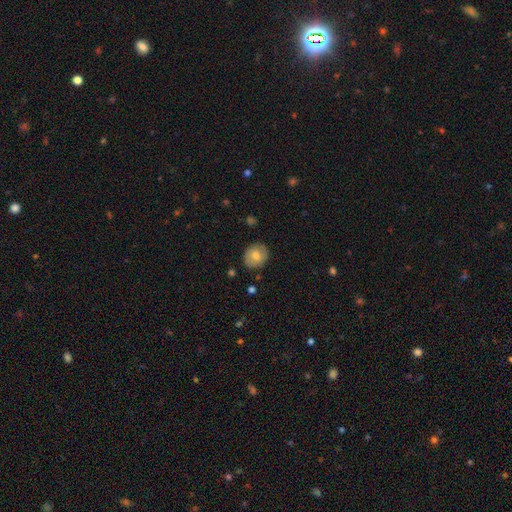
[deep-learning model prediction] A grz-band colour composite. It shows a smooth galaxy with no disk features (67%) that is round (66%). Merging: none (84%).